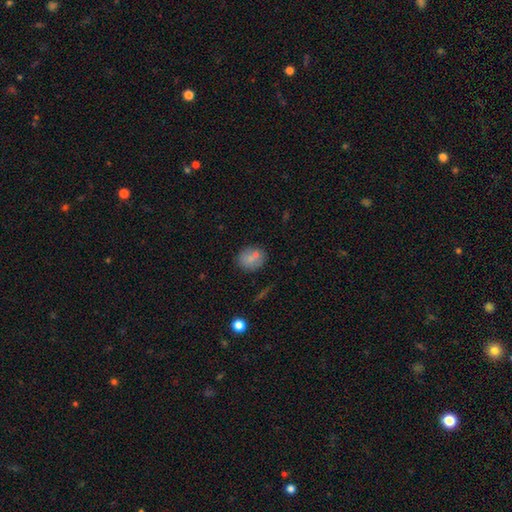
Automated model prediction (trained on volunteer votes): A smooth galaxy with no disk features (68%) that is round (67%). Merging: none (72%).